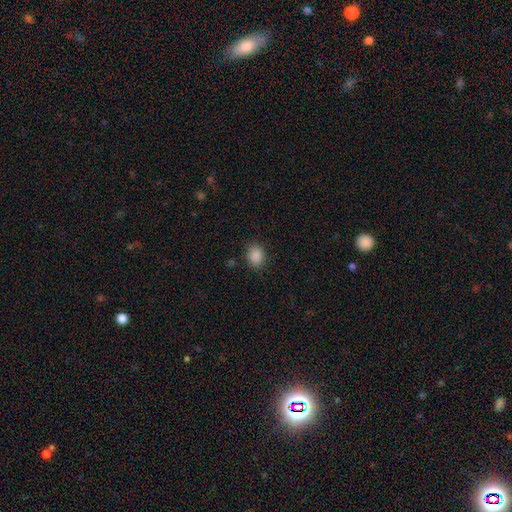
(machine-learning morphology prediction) This is clearly a smooth galaxy (87%). How rounded: possibly round (53%). Merging: clearly none (85%).